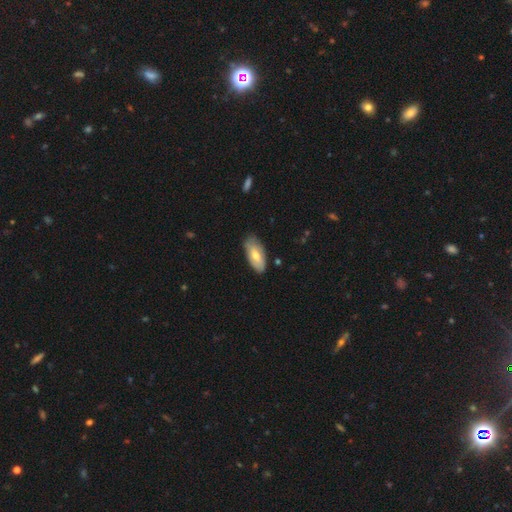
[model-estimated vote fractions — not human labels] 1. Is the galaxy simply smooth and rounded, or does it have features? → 64% smooth, 30% featured or disk, 6% star or artifact.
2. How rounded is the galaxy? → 89% in between, 8% cigar-shaped, 2% round.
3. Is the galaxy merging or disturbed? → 75% none, 20% minor disturbance, 3% major disturbance, 2% merger.